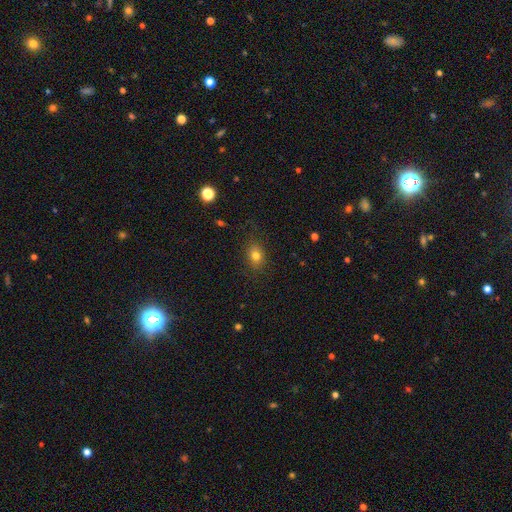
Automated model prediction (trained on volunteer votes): Smooth or featured: smooth — 78% (star or artifact — 13%)
How rounded: in between — 59% (round — 40%)
Merging: none — 83% (minor disturbance — 12%)